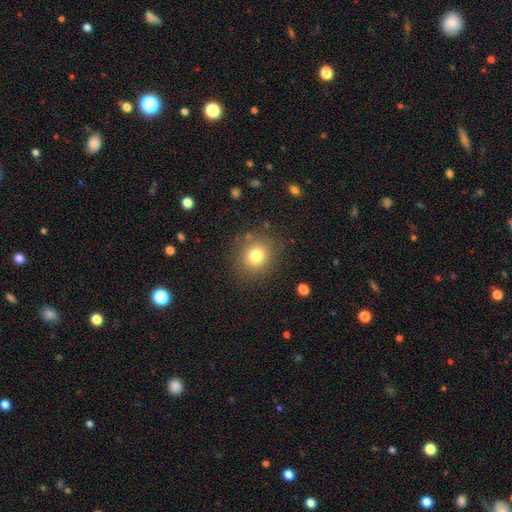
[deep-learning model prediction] A smooth galaxy with no disk features (78%) that is round (82%).

Vote fractions:
- Smooth or featured? smooth: 78% / star or artifact: 13% / featured or disk: 9%
- How rounded? round: 82% / in between: 17% / cigar-shaped: 1%
- Merging? none: 85% / minor disturbance: 9% / major disturbance: 4% / merger: 2%